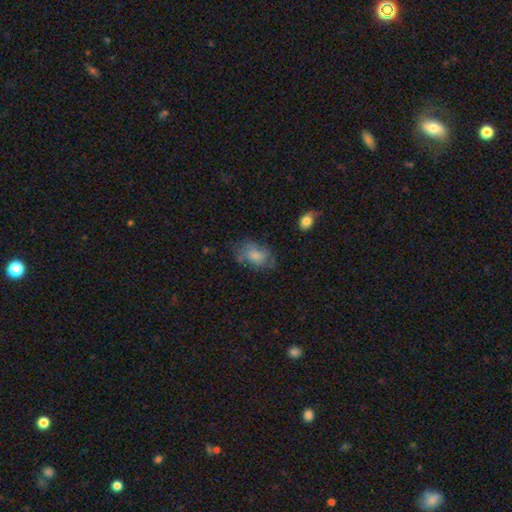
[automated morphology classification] A smooth galaxy with no disk features (68%) that is in between round and cigar-shaped (84%).

Vote fractions:
- Smooth or featured? smooth: 68% / featured or disk: 23% / star or artifact: 9%
- How rounded? in between: 84% / round: 14% / cigar-shaped: 2%
- Merging? none: 53% / minor disturbance: 27% / major disturbance: 16% / merger: 4%